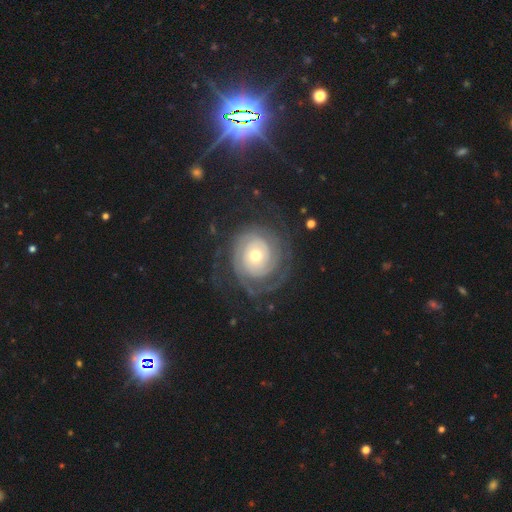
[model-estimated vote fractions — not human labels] Smooth or featured? featured or disk (84%)
Edge-on disk? no (98%)
Bar? no (81%)
Spiral arms? yes (94%)
Spiral winding? tight (80%)
Spiral arm count? can't tell (32%)
Bulge size? moderate (59%)
Merging? none (72%)